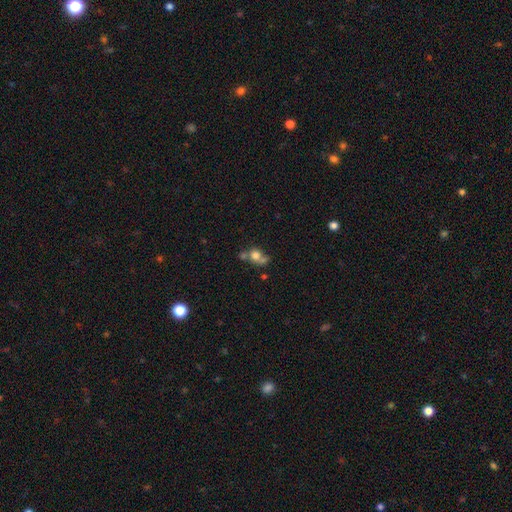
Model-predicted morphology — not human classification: This is likely a smooth galaxy (65%). How rounded: likely round (67%). Merging: marginally merger (40%).